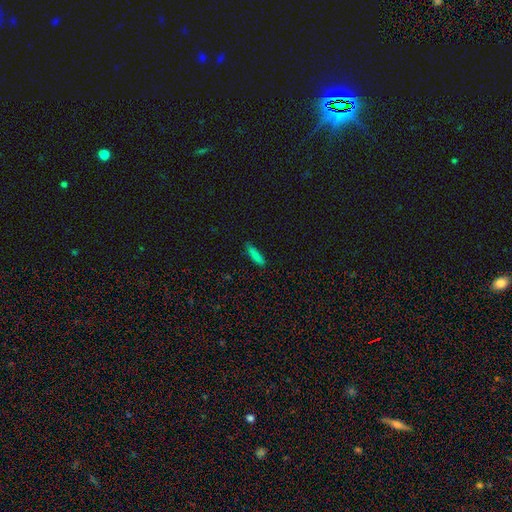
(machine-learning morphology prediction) The model was most divided on "how rounded": cigar-shaped: 76%, in between: 22%, round: 2%. More confident: smooth or featured — smooth (84%); merging — none (82%).